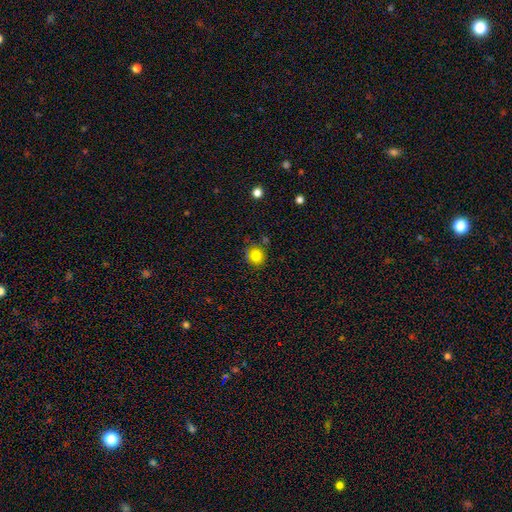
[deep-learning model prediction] The model was most divided on "merging": none: 75%, minor disturbance: 16%, merger: 5%, major disturbance: 4%. More confident: how rounded — round (83%); smooth or featured — smooth (81%).